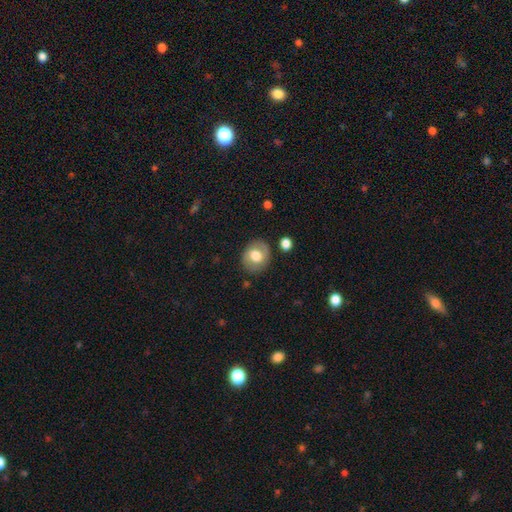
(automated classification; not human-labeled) This appears to be a smooth galaxy with no disk features (59%) that is round (64%). Merging: none (80%).